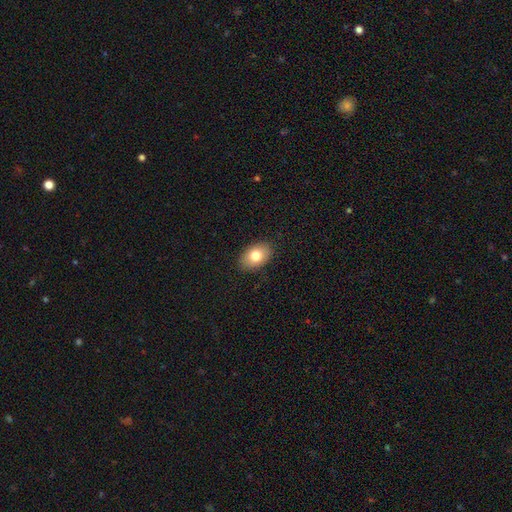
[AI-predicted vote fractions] smooth 78%, featured or disk 14%, star or artifact 8%. Down the decision tree: how rounded — in between (87%); merging — none (88%).